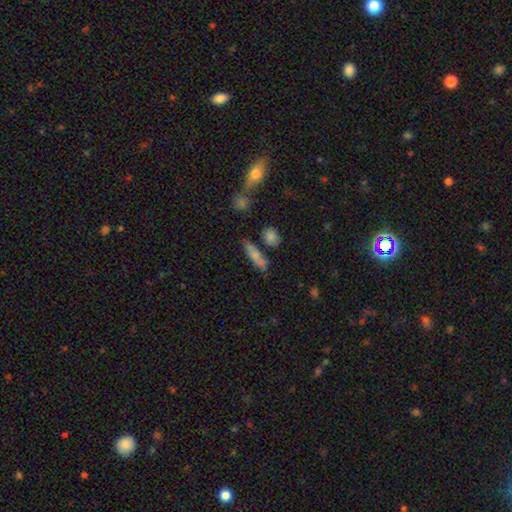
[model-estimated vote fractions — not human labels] A smooth galaxy with no disk features (71%) that is cigar-shaped (64%). Merging: none (64%).